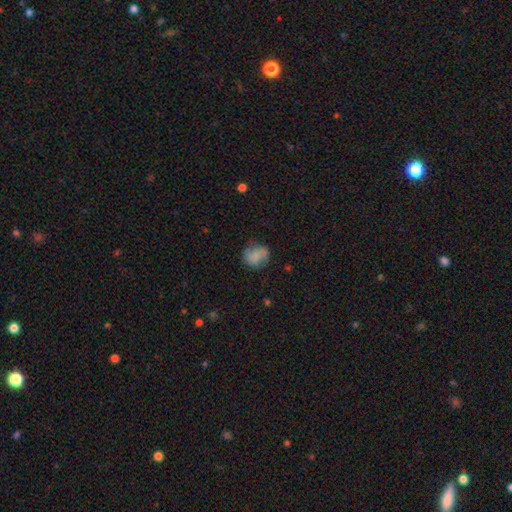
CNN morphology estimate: A smooth galaxy with no disk features (64%) that is round (68%).

Vote fractions:
- Smooth or featured? smooth: 64% / featured or disk: 26% / star or artifact: 10%
- How rounded? round: 68% / in between: 31% / cigar-shaped: 1%
- Merging? none: 60% / minor disturbance: 24% / major disturbance: 11% / merger: 4%